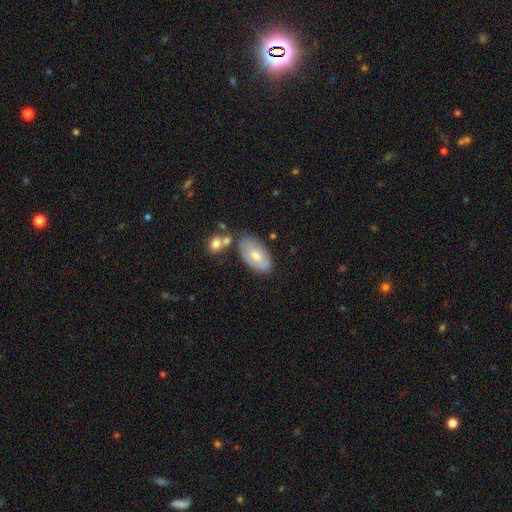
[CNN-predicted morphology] A smooth galaxy with no disk features (61%) that is in between round and cigar-shaped (94%).

Vote fractions:
- Smooth or featured? smooth: 61% / featured or disk: 33% / star or artifact: 6%
- How rounded? in between: 94% / round: 4% / cigar-shaped: 2%
- Merging? none: 61% / minor disturbance: 21% / merger: 12% / major disturbance: 5%